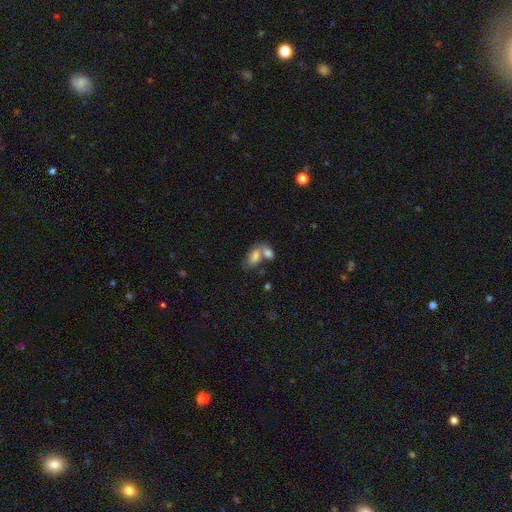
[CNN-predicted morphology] A smooth galaxy with no disk features (77%) that is in between round and cigar-shaped (90%).

Vote fractions:
- Smooth or featured? smooth: 77% / featured or disk: 15% / star or artifact: 8%
- How rounded? in between: 90% / round: 6% / cigar-shaped: 3%
- Merging? merger: 57% / none: 28% / minor disturbance: 10% / major disturbance: 5%